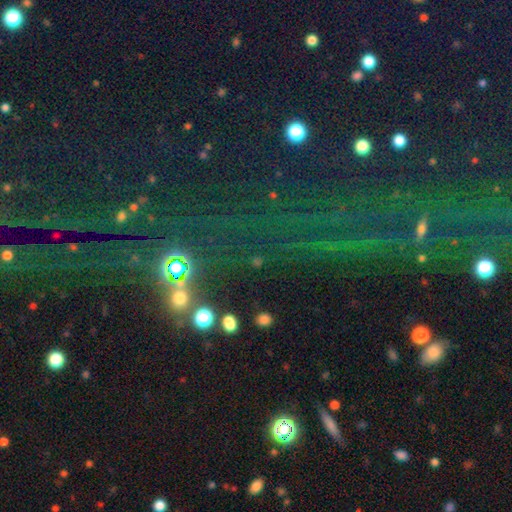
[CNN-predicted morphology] Q: Smooth or featured?
A: star or artifact (78%); runner-up: smooth (13%)